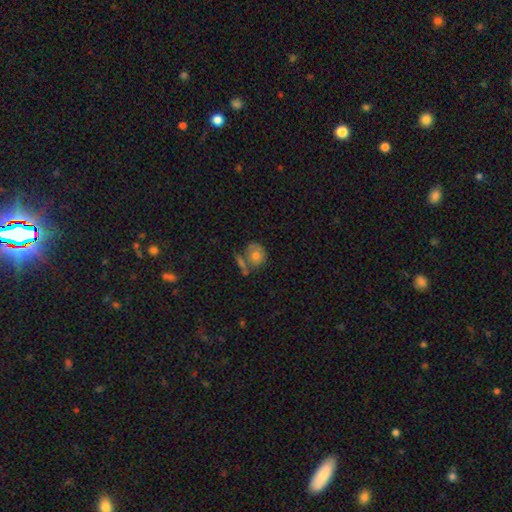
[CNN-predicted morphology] Smooth or featured: smooth — 69% (featured or disk — 22%)
How rounded: round — 66% (in between — 32%)
Merging: none — 44% (merger — 25%)